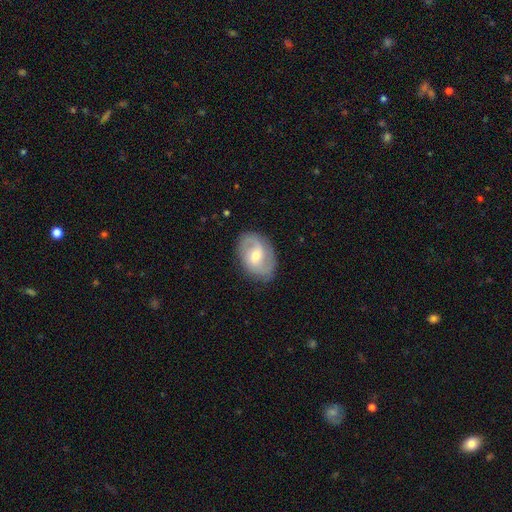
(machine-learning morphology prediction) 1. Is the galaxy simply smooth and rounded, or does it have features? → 72% featured or disk, 22% smooth, 6% star or artifact.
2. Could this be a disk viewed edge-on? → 96% no, 4% yes.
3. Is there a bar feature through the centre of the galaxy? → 48% weak, 39% no, 13% strong.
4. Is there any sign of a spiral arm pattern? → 86% yes, 14% no.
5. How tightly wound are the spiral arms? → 46% medium, 28% tight, 27% loose.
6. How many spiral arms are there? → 79% 2, 11% can't tell, 5% 1, 3% 3, 1% 4, 1% more than 4.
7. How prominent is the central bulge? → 61% moderate, 34% small, 3% large, 1% none, 1% dominant.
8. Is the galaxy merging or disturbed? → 79% none, 15% minor disturbance, 5% major disturbance, 1% merger.